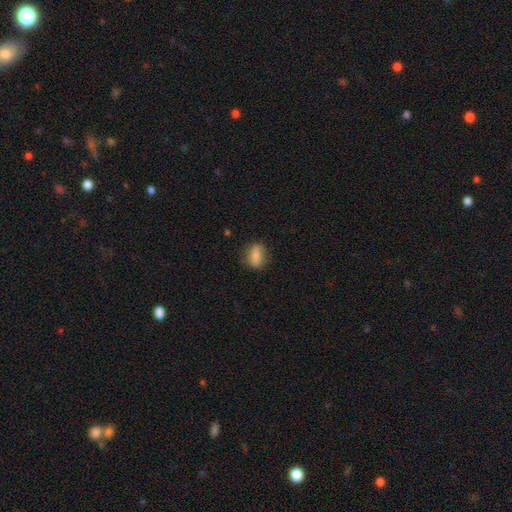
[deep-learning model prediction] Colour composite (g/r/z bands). It shows a smooth galaxy with no disk features (79%) that is in between round and cigar-shaped (70%). Merging: none (73%).